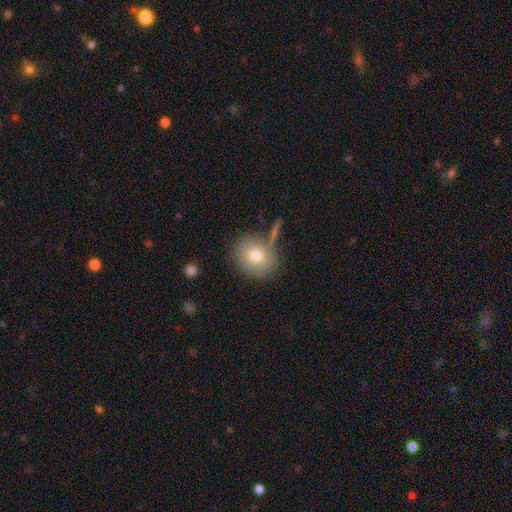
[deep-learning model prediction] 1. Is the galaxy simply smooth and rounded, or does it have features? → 78% smooth, 13% featured or disk, 9% star or artifact.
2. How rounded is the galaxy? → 67% round, 32% in between, 1% cigar-shaped.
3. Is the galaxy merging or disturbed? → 71% none, 13% minor disturbance, 10% merger, 5% major disturbance.